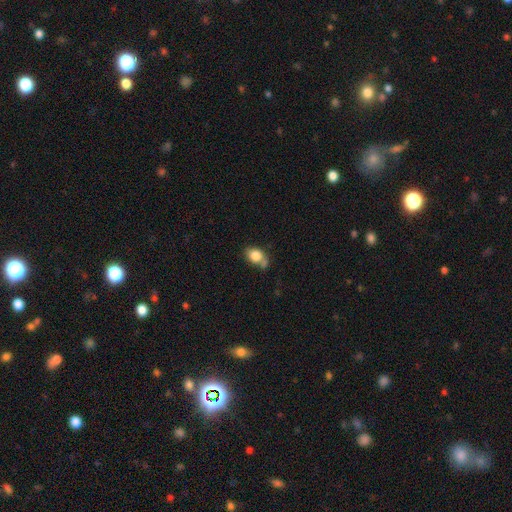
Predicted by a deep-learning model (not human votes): A smooth galaxy with no disk features (81%) that is in between round and cigar-shaped (63%).

Vote fractions:
- Smooth or featured? smooth: 81% / featured or disk: 10% / star or artifact: 9%
- How rounded? in between: 63% / round: 36% / cigar-shaped: 1%
- Merging? none: 48% / minor disturbance: 24% / merger: 20% / major disturbance: 8%